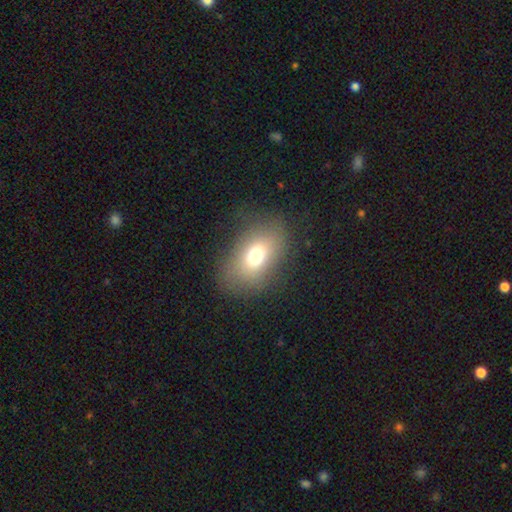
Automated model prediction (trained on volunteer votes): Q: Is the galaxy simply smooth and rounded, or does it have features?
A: smooth — 70%.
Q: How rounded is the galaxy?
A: in between — 77%.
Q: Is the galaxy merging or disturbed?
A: none — 77%.